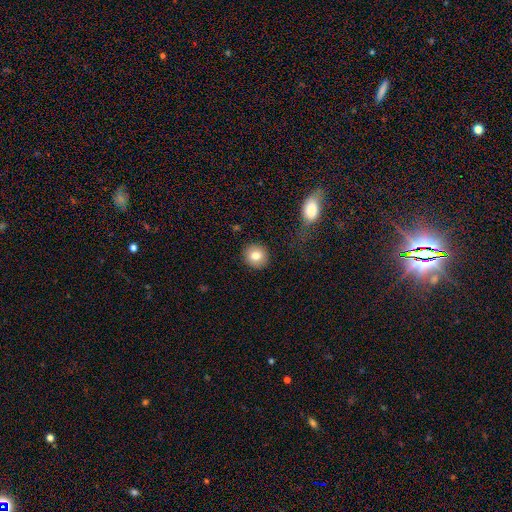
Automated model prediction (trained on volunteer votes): Smooth or featured?
  - smooth: 80% *
  - featured or disk: 10%
  - star or artifact: 9%
How rounded?
  - round: 91% *
  - in between: 8%
  - cigar-shaped: 1%
Merging?
  - none: 90% *
  - minor disturbance: 6%
  - major disturbance: 2%
  - merger: 2%